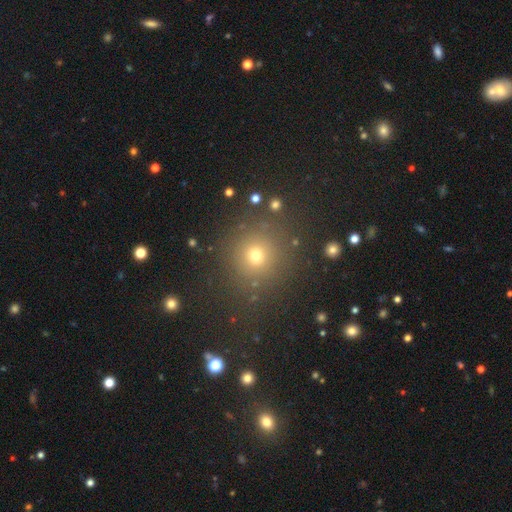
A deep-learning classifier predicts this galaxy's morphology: This is likely a smooth galaxy (68%). How rounded: clearly round (92%). Merging: clearly none (86%).